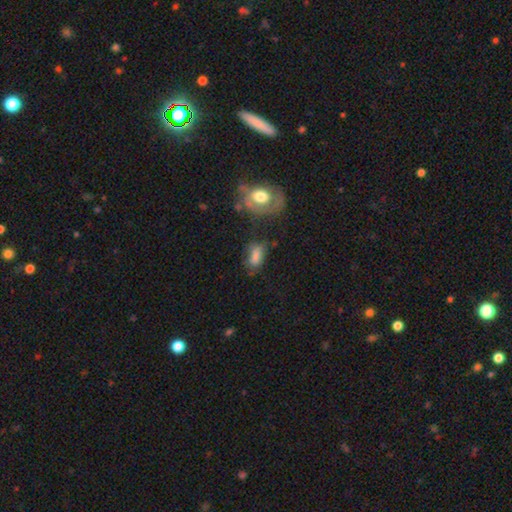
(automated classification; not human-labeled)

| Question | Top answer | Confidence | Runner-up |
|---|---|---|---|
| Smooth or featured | smooth | 71% | featured or disk (18%) |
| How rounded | in between | 82% | round (9%) |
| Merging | none | 48% | minor disturbance (26%) |